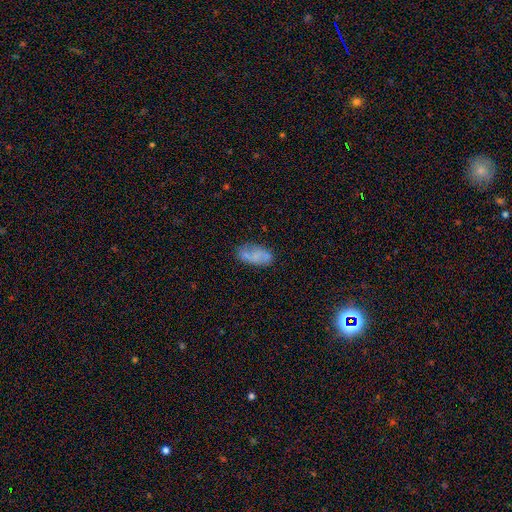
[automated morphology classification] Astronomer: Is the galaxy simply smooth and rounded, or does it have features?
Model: smooth — 54% (runner-up: featured or disk, 36%).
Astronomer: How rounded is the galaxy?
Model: in between — 90%.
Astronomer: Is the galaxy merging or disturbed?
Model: none — 63%.